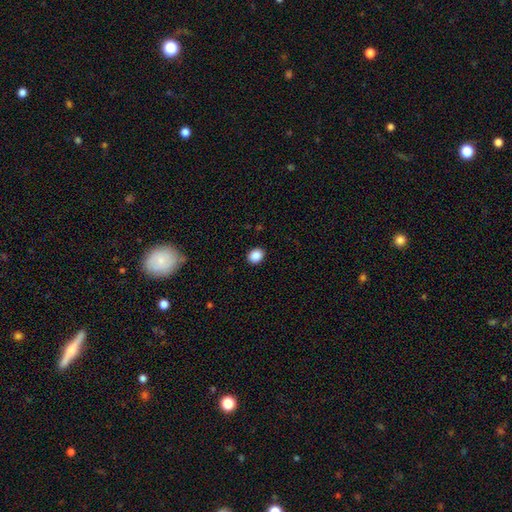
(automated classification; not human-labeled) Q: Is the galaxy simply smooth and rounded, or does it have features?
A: smooth — 88%.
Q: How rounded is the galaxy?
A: round — 59%.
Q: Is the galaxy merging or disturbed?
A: none — 91%.